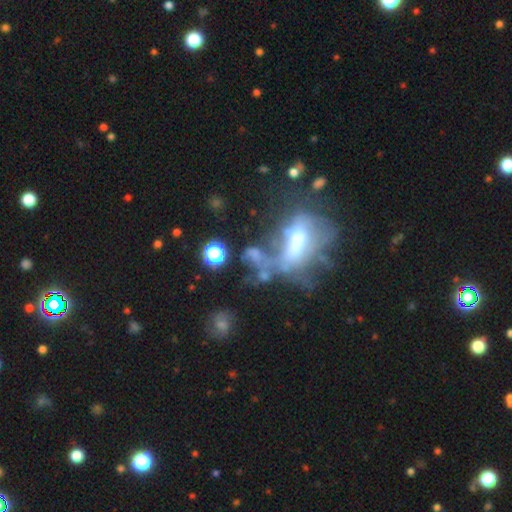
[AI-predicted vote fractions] Overall: smooth (39%; featured or disk 38%). Merging: merger (45%; major disturbance 27%).